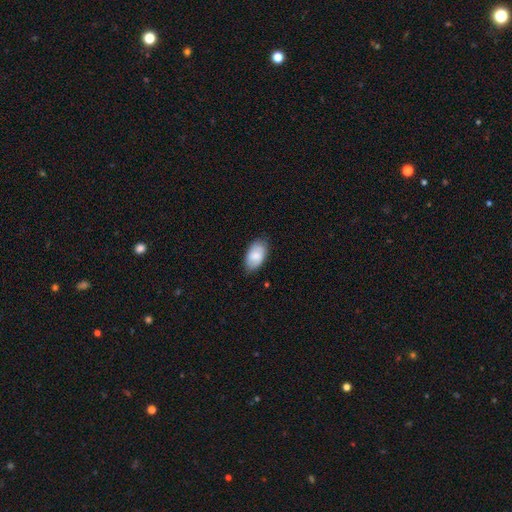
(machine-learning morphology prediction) type=smooth (75%); roundness=in between (94%); merging=none (79%).